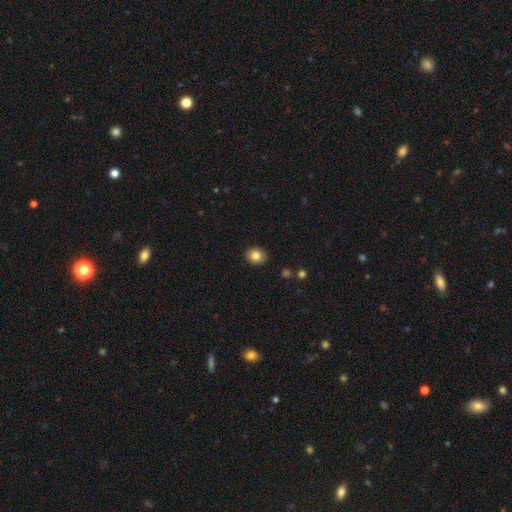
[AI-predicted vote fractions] This appears to be a smooth galaxy with no disk features (83%) that is round (66%). Merging: none (90%).